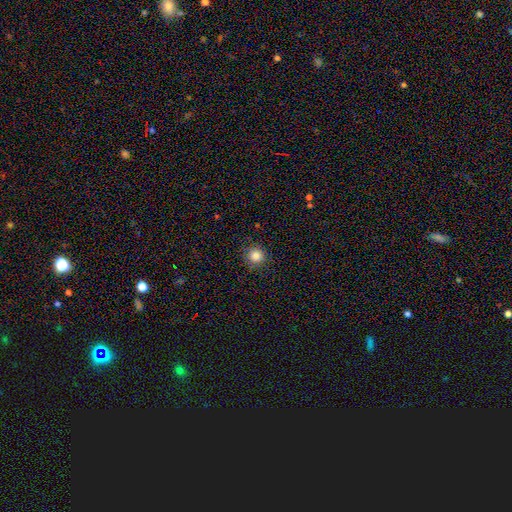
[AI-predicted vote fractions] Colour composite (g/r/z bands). It shows a smooth galaxy with no disk features (84%) that is round (94%). Merging: none (88%).